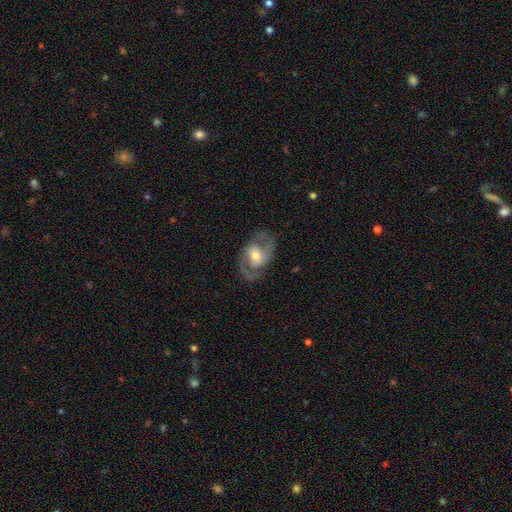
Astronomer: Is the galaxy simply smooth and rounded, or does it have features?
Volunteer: featured or disk — 95%.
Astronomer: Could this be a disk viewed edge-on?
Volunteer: no — 97%.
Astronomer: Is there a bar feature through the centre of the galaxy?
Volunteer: weak — 65%.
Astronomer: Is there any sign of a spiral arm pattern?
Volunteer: yes — 100%.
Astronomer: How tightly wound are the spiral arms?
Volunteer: medium — 76%.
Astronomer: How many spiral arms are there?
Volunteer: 2 — 97%.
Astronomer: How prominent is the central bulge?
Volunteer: moderate — 81%.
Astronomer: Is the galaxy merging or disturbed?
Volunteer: none — 92%.